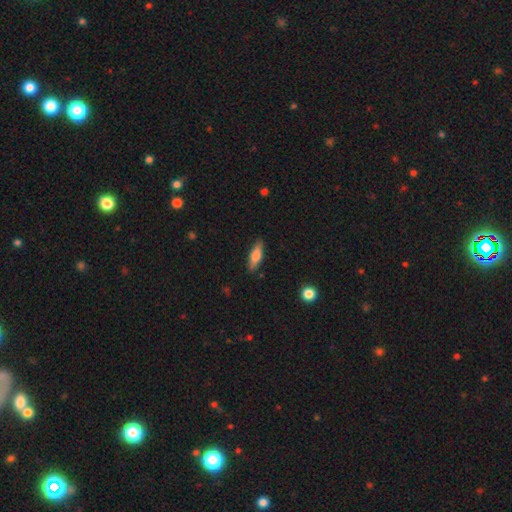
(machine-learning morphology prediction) Overall: smooth (68%). How rounded: in between (49%; cigar-shaped 48%). Merging: none (86%).